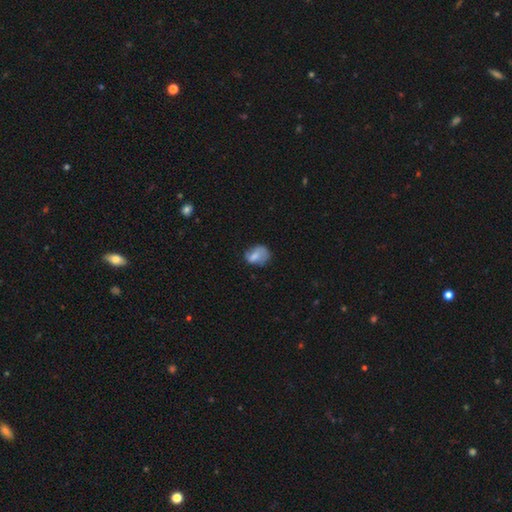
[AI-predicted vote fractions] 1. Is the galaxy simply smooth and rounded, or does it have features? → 62% smooth, 29% featured or disk, 9% star or artifact.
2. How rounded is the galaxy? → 63% in between, 36% round, 1% cigar-shaped.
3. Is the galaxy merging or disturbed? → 47% none, 32% minor disturbance, 18% major disturbance, 3% merger.